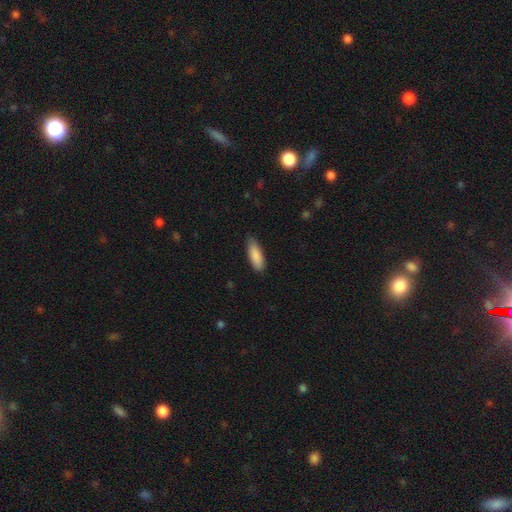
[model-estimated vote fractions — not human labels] Q: Smooth or featured?
A: smooth (88%); runner-up: featured or disk (6%)
Q: How rounded?
A: in between (61%); runner-up: cigar-shaped (37%)
Q: Merging?
A: none (82%); runner-up: minor disturbance (15%)